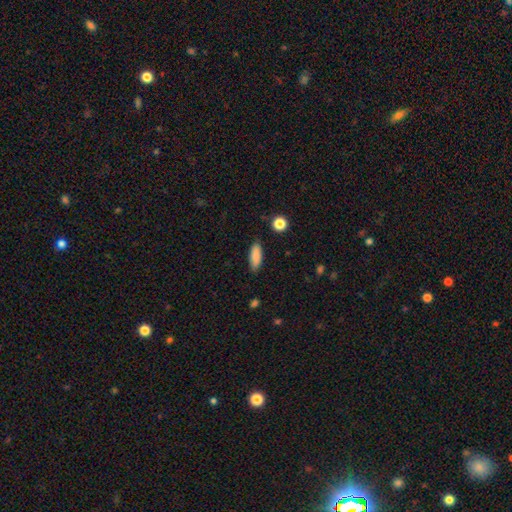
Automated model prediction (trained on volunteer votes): This appears to be a smooth galaxy with no disk features (87%) that is in between round and cigar-shaped (67%). Merging: none (86%).